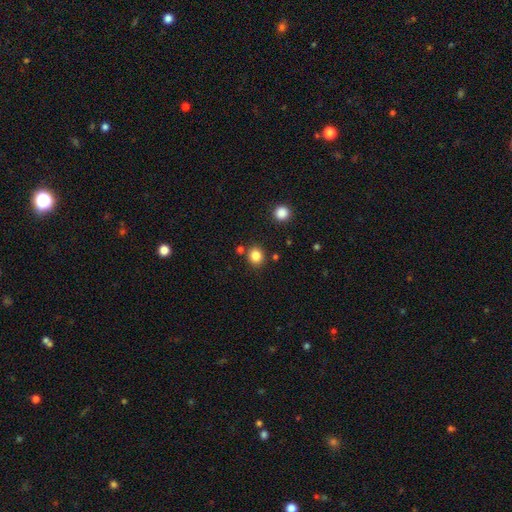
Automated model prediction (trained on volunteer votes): smooth_or_featured: smooth (p=0.84) [alt: star or artifact p=0.11]
how_rounded: round (p=0.80) [alt: in between p=0.19]
merging: none (p=0.84) [alt: minor disturbance p=0.08]